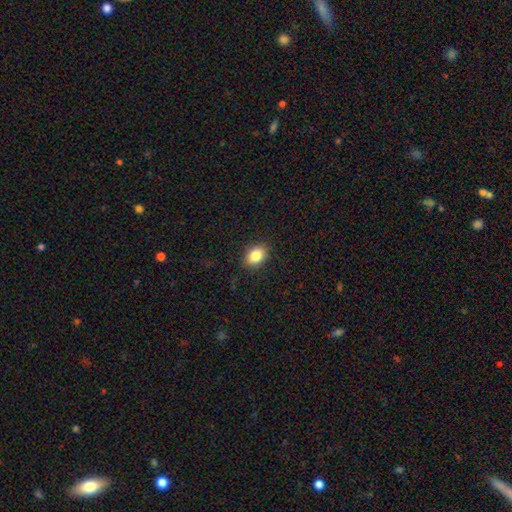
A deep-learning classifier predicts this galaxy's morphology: Smooth or featured? smooth (85%)
How rounded? in between (69%)
Merging? none (88%)